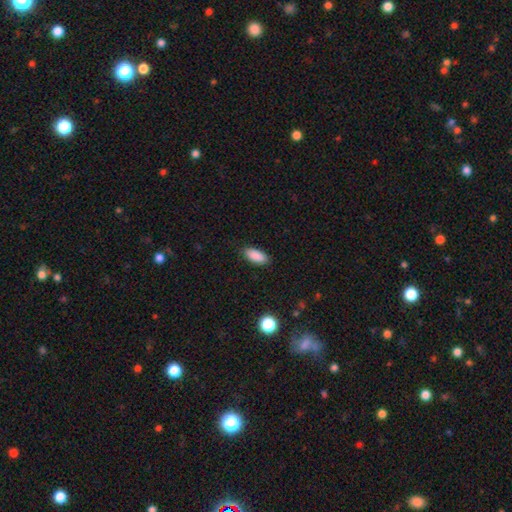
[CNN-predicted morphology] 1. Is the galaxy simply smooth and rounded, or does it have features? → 89% smooth, 7% star or artifact, 4% featured or disk.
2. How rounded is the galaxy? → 87% in between, 11% cigar-shaped, 2% round.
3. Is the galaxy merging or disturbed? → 87% none, 10% minor disturbance, 2% major disturbance, 1% merger.